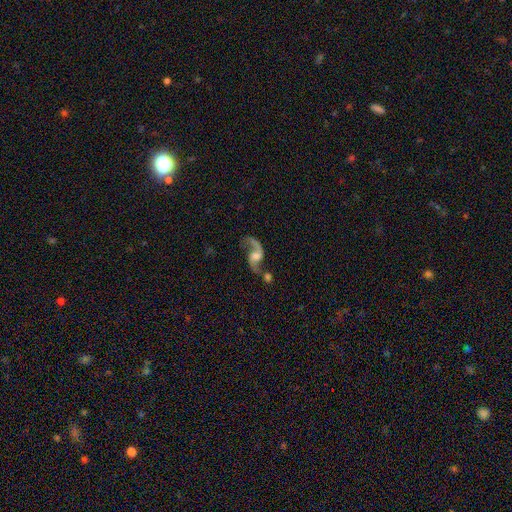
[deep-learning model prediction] smooth_or_featured: featured or disk (p=0.87) [alt: smooth p=0.07]
disk_edge_on: no (p=0.97) [alt: yes p=0.03]
bar: no (p=0.47) [alt: weak p=0.42]
has_spiral_arms: yes (p=0.95) [alt: no p=0.05]
spiral_winding: loose (p=0.82) [alt: medium p=0.15]
spiral_arm_count: 2 (p=0.88) [alt: 1 p=0.08]
bulge_size: moderate (p=0.41) [alt: small p=0.25]
merging: none (p=0.48) [alt: merger p=0.23]